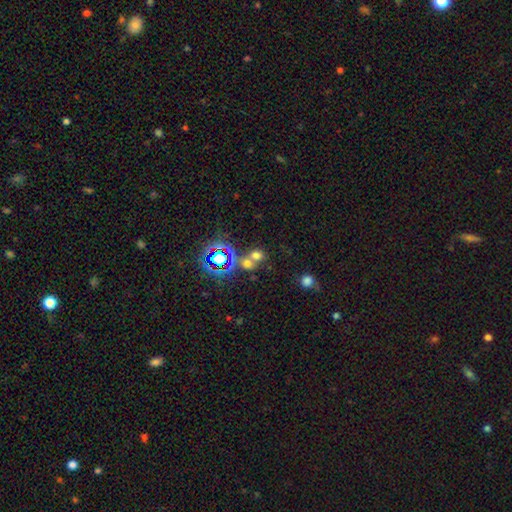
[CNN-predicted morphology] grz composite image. It shows a smooth galaxy with no disk features (56%) that is round (61%). Merging: merger (44%).